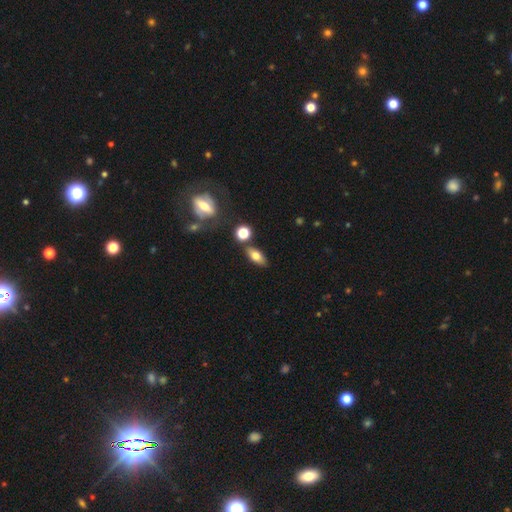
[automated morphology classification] A smooth galaxy with no disk features (67%) that is in between round and cigar-shaped (77%).

Vote fractions:
- Smooth or featured? smooth: 67% / featured or disk: 23% / star or artifact: 9%
- How rounded? in between: 77% / cigar-shaped: 15% / round: 7%
- Merging? none: 78% / minor disturbance: 12% / merger: 7% / major disturbance: 3%